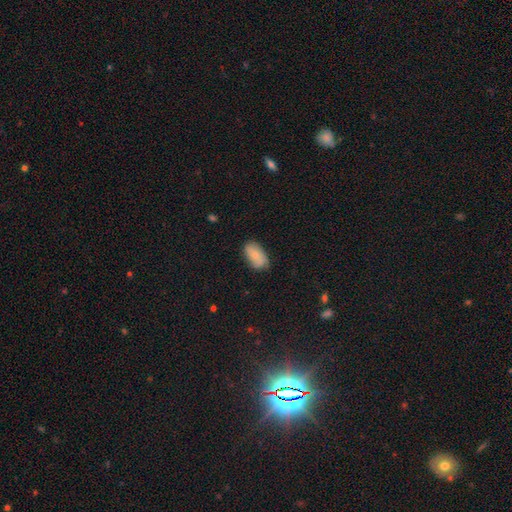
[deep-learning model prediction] smooth_or_featured: smooth (p=0.73) [alt: featured or disk p=0.20]
how_rounded: in between (p=0.93) [alt: round p=0.04]
merging: none (p=0.71) [alt: minor disturbance p=0.23]